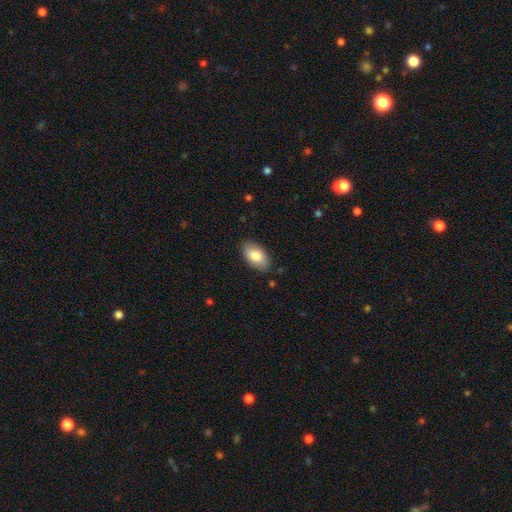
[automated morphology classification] smooth_or_featured: smooth (p=0.81) [alt: featured or disk p=0.13]
how_rounded: in between (p=0.95) [alt: round p=0.03]
merging: none (p=0.85) [alt: minor disturbance p=0.12]